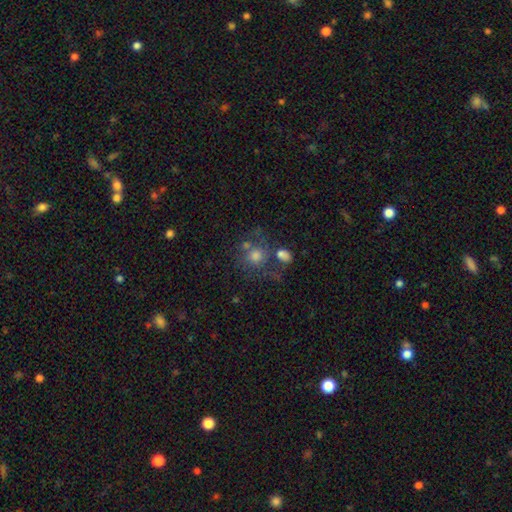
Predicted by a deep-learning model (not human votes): smooth 59%, featured or disk 24%, star or artifact 17%. Down the decision tree: how rounded — round (82%); merging — none (50%).